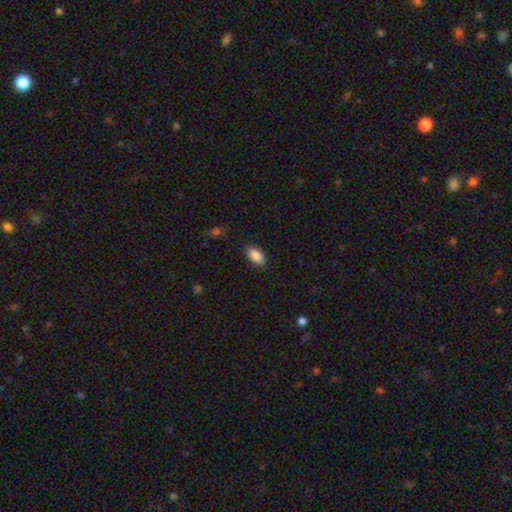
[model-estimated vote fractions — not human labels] smooth_or_featured: smooth (p=0.89) [alt: star or artifact p=0.07]
how_rounded: in between (p=0.92) [alt: cigar-shaped p=0.04]
merging: none (p=0.86) [alt: minor disturbance p=0.10]